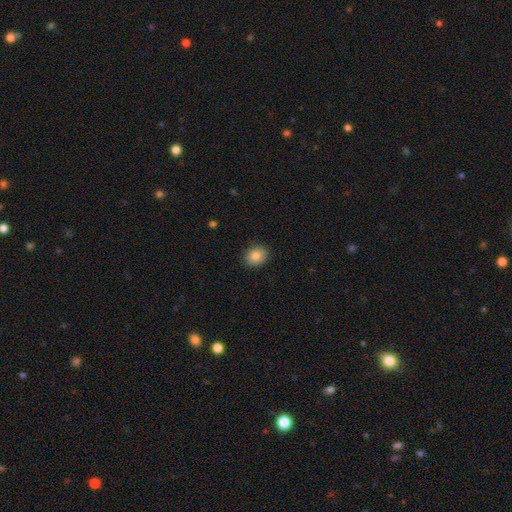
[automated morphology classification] smooth-or-featured: smooth: 84% | star or artifact: 9% | featured or disk: 8%
  how-rounded: round: 52% | in between: 48% | cigar-shaped: 1%
  merging: none: 88% | minor disturbance: 9% | major disturbance: 2% | merger: 1%